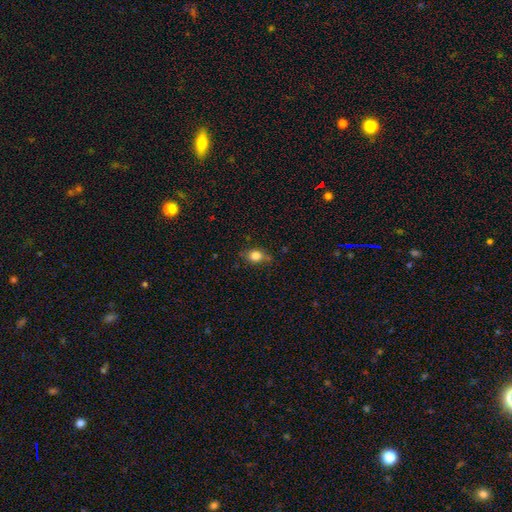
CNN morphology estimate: Smooth or featured?
  - smooth: 82% *
  - star or artifact: 10%
  - featured or disk: 9%
How rounded?
  - in between: 60% *
  - round: 37%
  - cigar-shaped: 3%
Merging?
  - none: 70% *
  - minor disturbance: 23%
  - major disturbance: 5%
  - merger: 2%